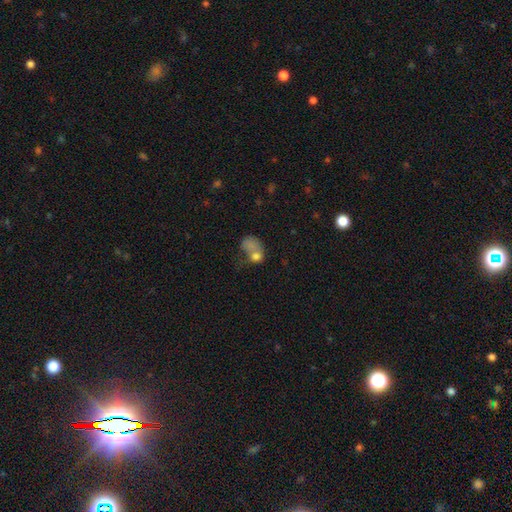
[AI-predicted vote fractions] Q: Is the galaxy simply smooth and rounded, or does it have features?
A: smooth — 52%.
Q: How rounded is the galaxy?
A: in between — 56%.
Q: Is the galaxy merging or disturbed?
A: merger — 34%.